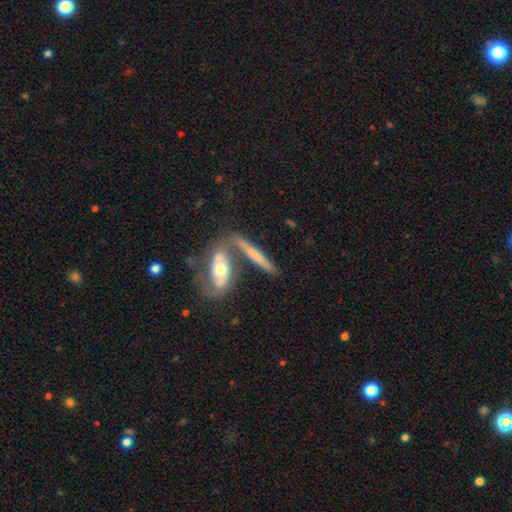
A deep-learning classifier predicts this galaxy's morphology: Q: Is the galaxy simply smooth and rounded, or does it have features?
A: featured or disk — 51%.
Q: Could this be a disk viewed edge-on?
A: yes — 71%.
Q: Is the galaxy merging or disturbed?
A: none — 51%.